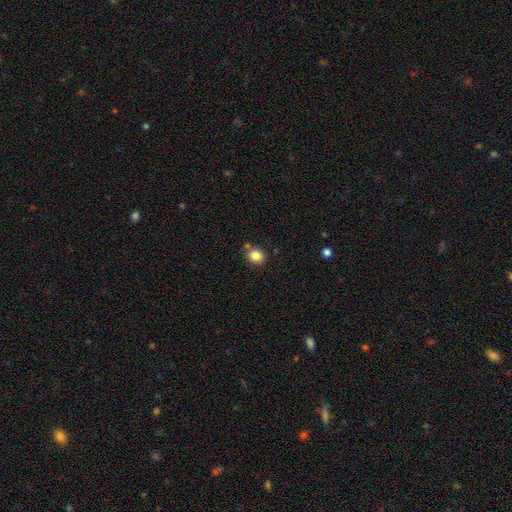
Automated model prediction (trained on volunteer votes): This is clearly a smooth galaxy (84%). How rounded: likely round (72%). Merging: likely none (76%).